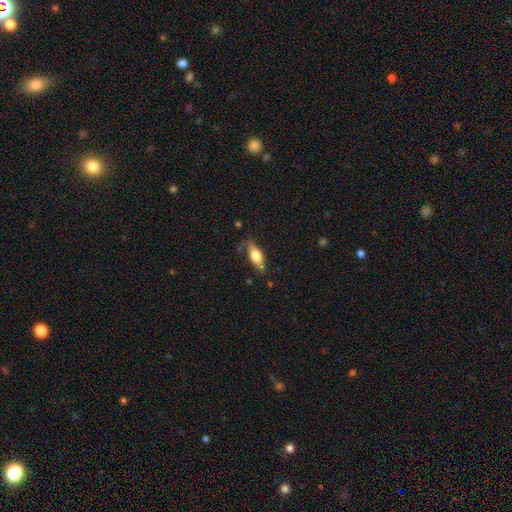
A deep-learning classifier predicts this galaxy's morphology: The model was most divided on "smooth or featured": smooth: 56%, featured or disk: 38%, star or artifact: 6%. More confident: merging — none (70%); how rounded — in between (60%).